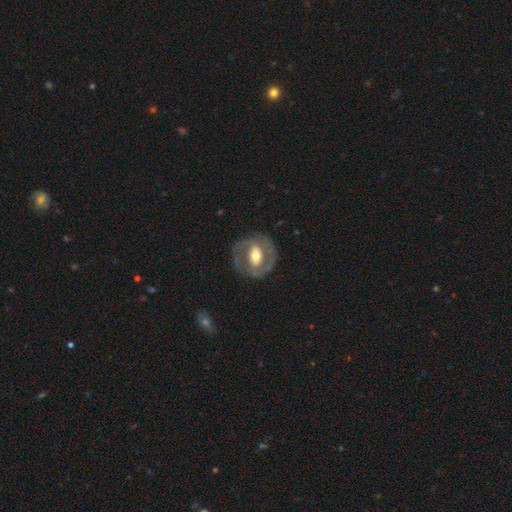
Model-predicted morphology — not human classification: featured or disk 67%, smooth 27%, star or artifact 5%. Down the decision tree: edge-on disk — no (95%); bar — no (39%); spiral arms — no (53%); bulge size — moderate (66%); merging — none (76%).